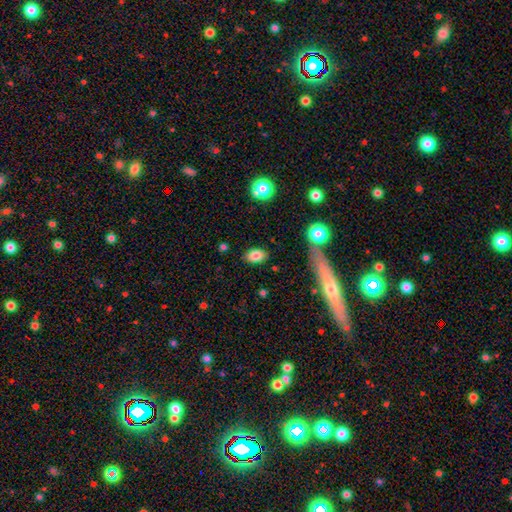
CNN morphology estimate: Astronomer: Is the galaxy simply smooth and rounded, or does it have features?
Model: smooth — 82%.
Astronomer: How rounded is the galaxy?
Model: in between — 88%.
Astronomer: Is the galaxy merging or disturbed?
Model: none — 84%.